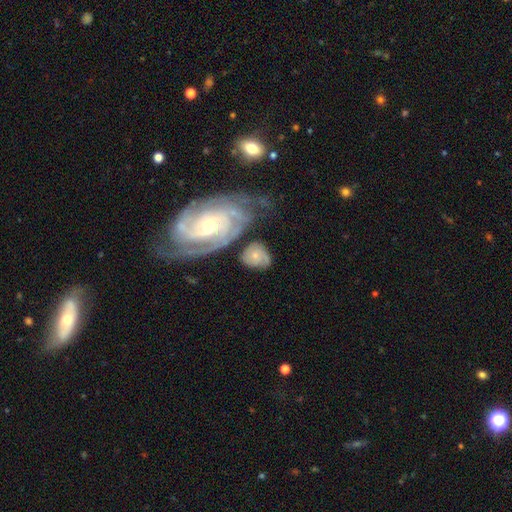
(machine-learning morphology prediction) Smooth or featured? featured or disk (55%)
Edge-on disk? no (95%)
Bar? no (72%)
Spiral arms? yes (85%)
Bulge size? small (50%)
Merging? none (54%)